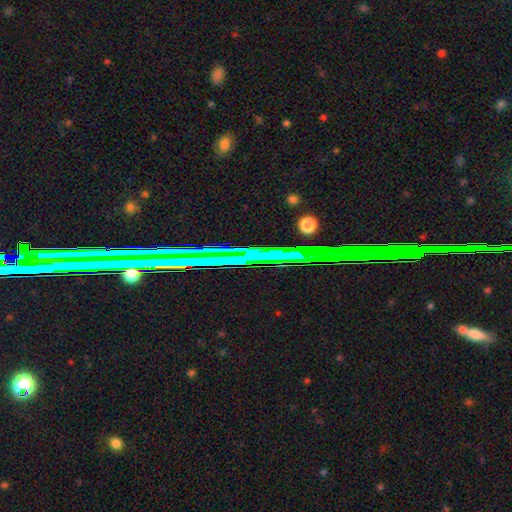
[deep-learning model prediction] smooth_or_featured: star or artifact (p=0.69) [alt: featured or disk p=0.20]